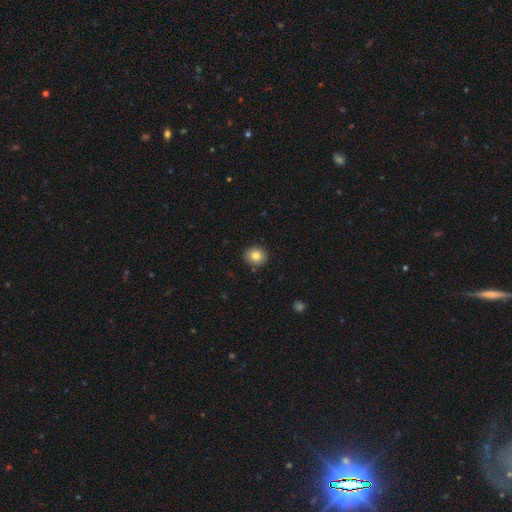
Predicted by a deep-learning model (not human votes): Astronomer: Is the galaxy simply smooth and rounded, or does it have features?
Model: smooth — 83%.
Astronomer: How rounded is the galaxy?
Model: round — 82%.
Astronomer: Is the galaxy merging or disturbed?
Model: none — 90%.